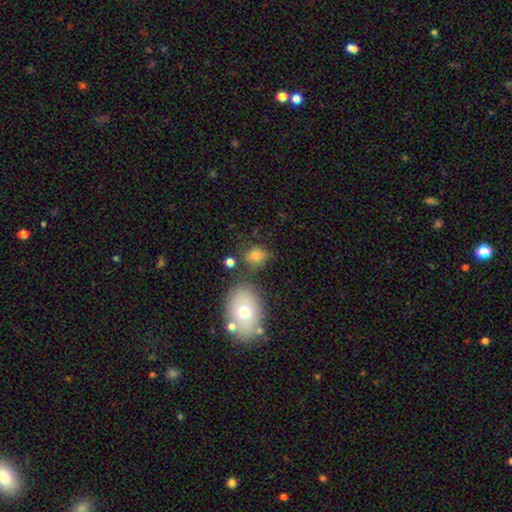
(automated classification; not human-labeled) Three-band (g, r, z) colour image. It shows a smooth galaxy with no disk features (74%) that is round (51%). Merging: none (59%).